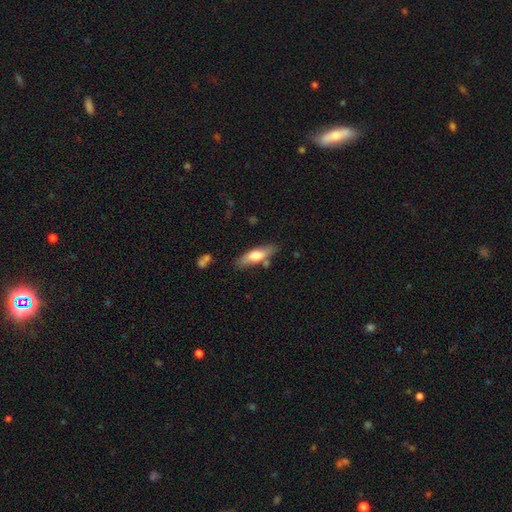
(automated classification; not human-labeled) This appears to be a smooth galaxy with no disk features (63%) that is cigar-shaped (51%). Merging: none (75%).